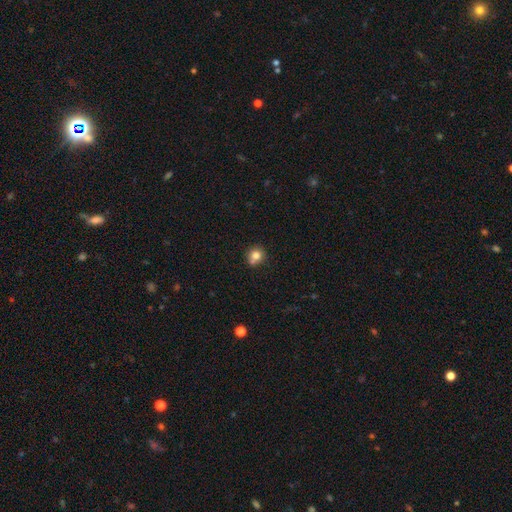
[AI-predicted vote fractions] Smooth or featured?
  - smooth: 78% *
  - star or artifact: 11%
  - featured or disk: 10%
How rounded?
  - round: 89% *
  - in between: 10%
  - cigar-shaped: 1%
Merging?
  - none: 66% *
  - merger: 20%
  - minor disturbance: 11%
  - major disturbance: 3%